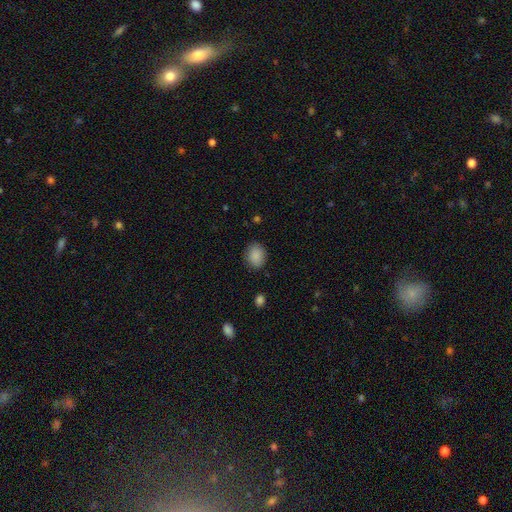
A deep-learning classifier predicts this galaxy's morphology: type=smooth (89%); roundness=in between (55%); merging=none (86%).